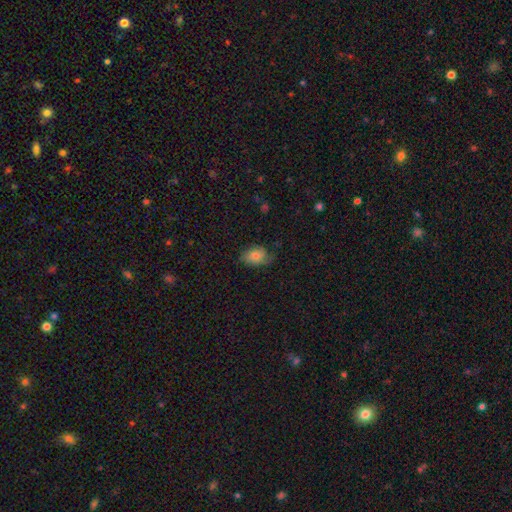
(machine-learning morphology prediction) This is likely a smooth galaxy (71%). How rounded: clearly in between (82%). Merging: possibly none (59%).